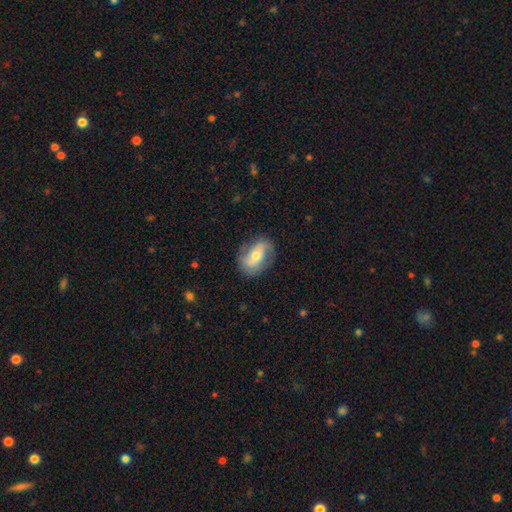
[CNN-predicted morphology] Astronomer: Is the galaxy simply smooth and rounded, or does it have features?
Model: featured or disk — 64%.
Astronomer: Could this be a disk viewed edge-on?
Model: no — 94%.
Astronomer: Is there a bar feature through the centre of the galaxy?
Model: no — 44% (runner-up: weak, 32%).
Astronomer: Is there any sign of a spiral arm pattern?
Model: yes — 84%.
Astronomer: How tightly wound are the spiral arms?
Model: loose — 46% (runner-up: medium, 35%).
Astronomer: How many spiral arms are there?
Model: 2 — 84%.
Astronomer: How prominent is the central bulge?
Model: moderate — 54% (runner-up: small, 40%).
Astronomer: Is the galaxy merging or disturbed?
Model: none — 77%.